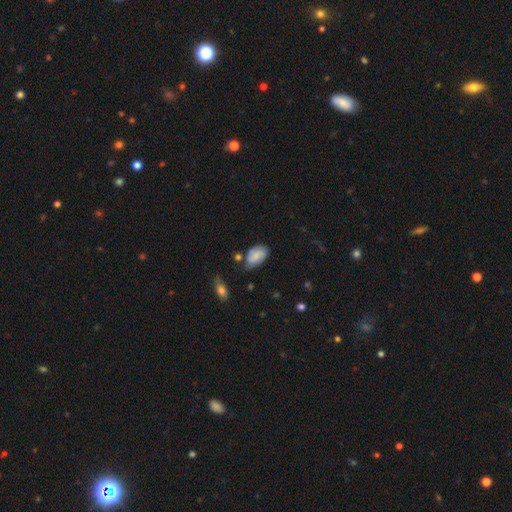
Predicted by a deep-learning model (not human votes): Smooth or featured? Predicted: smooth (p=0.60). How rounded? Predicted: in between (p=0.90). Merging? Predicted: none (p=0.54).